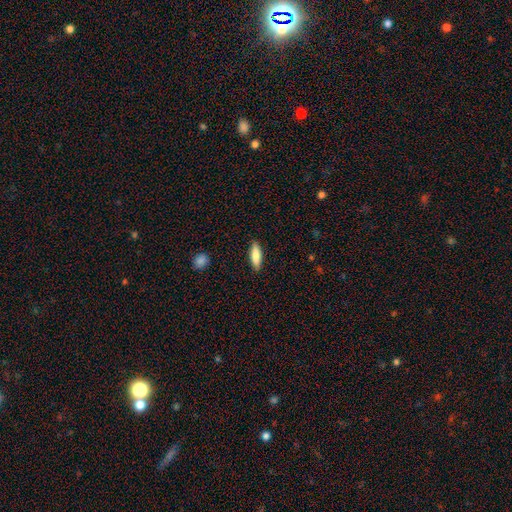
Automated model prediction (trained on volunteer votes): Smooth or featured?
  - smooth: 81% *
  - featured or disk: 13%
  - star or artifact: 6%
How rounded?
  - cigar-shaped: 50% *
  - in between: 48%
  - round: 2%
Merging?
  - none: 89% *
  - minor disturbance: 8%
  - major disturbance: 2%
  - merger: 1%